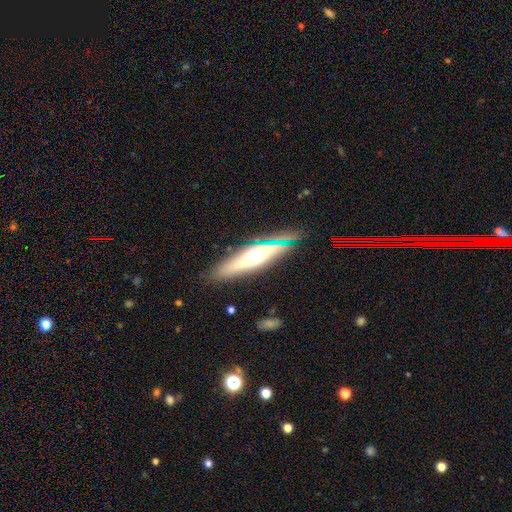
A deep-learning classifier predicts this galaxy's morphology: Smooth or featured?
  - featured or disk: 52% *
  - smooth: 39%
  - star or artifact: 9%
Edge-on disk?
  - yes: 81% *
  - no: 19%
Merging?
  - none: 80% *
  - minor disturbance: 13%
  - major disturbance: 4%
  - merger: 3%